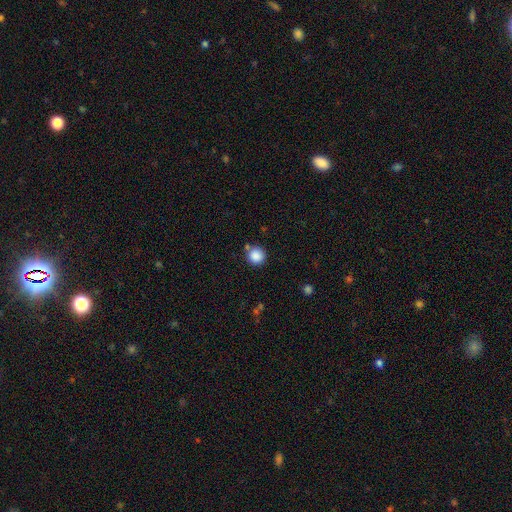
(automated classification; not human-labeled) Smooth or featured: smooth — 87% (star or artifact — 10%)
How rounded: round — 94% (in between — 5%)
Merging: none — 79% (minor disturbance — 10%)